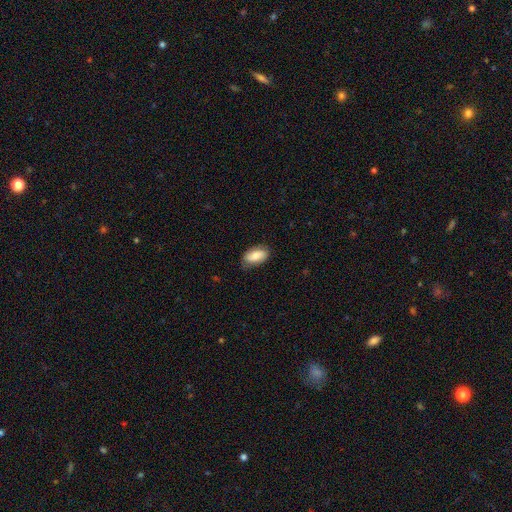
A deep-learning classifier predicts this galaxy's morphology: Q: Smooth or featured?
A: smooth (75%); runner-up: featured or disk (19%)
Q: How rounded?
A: in between (92%); runner-up: round (4%)
Q: Merging?
A: none (77%); runner-up: minor disturbance (18%)